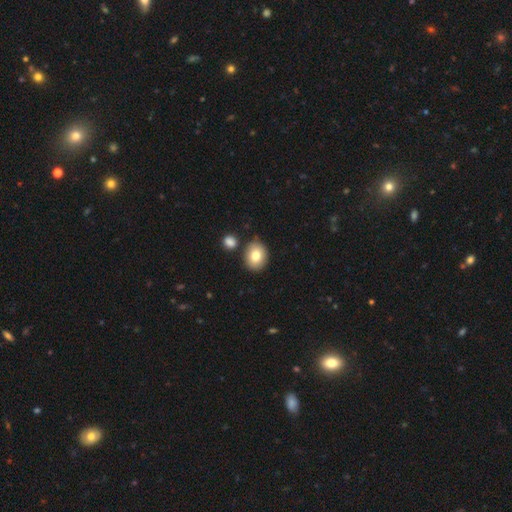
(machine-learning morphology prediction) smooth_or_featured: smooth (p=0.81) [alt: featured or disk p=0.11]
how_rounded: in between (p=0.52) [alt: round p=0.47]
merging: none (p=0.81) [alt: minor disturbance p=0.09]